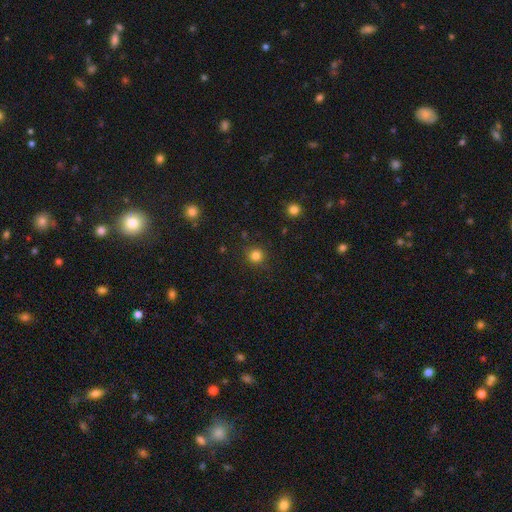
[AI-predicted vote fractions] smooth-or-featured: smooth: 82% | star or artifact: 14% | featured or disk: 4%
  how-rounded: round: 94% | in between: 6% | cigar-shaped: 1%
  merging: none: 89% | minor disturbance: 7% | major disturbance: 2% | merger: 1%